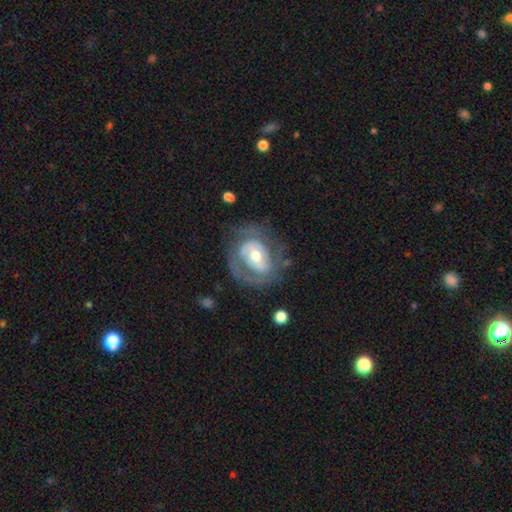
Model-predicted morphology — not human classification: smooth_or_featured: featured or disk (p=0.77) [alt: smooth p=0.18]
disk_edge_on: no (p=0.97) [alt: yes p=0.03]
bar: no (p=0.45) [alt: weak p=0.37]
has_spiral_arms: yes (p=0.77) [alt: no p=0.23]
spiral_winding: tight (p=0.47) [alt: medium p=0.37]
spiral_arm_count: 2 (p=0.55) [alt: can't tell p=0.23]
bulge_size: moderate (p=0.68) [alt: small p=0.20]
merging: none (p=0.60) [alt: minor disturbance p=0.20]